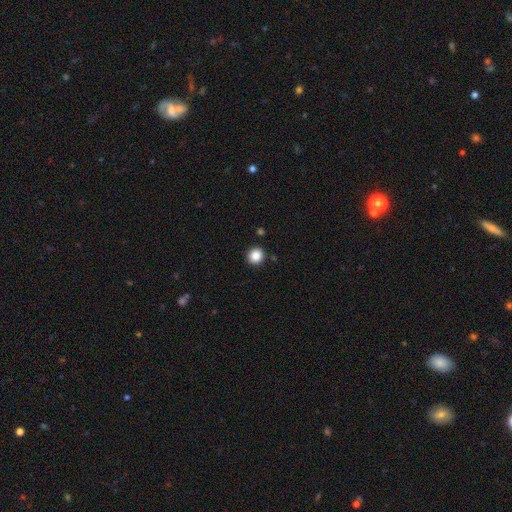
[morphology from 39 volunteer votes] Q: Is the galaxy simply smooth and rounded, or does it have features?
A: smooth — 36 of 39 (92%).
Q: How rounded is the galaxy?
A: round — 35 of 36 (97%).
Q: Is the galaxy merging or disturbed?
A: none — 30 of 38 (79%).